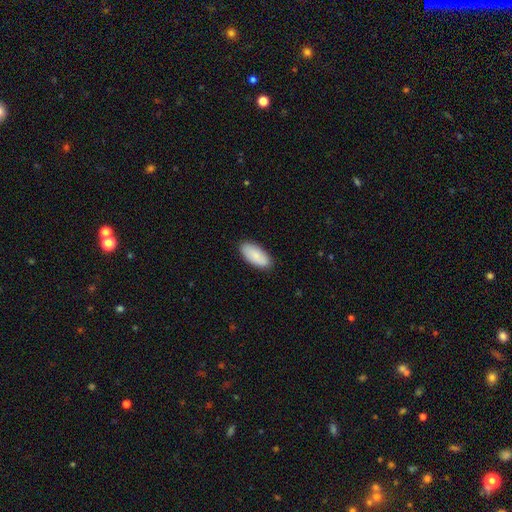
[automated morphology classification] This is clearly a smooth galaxy (86%). How rounded: clearly in between (91%). Merging: clearly none (87%).